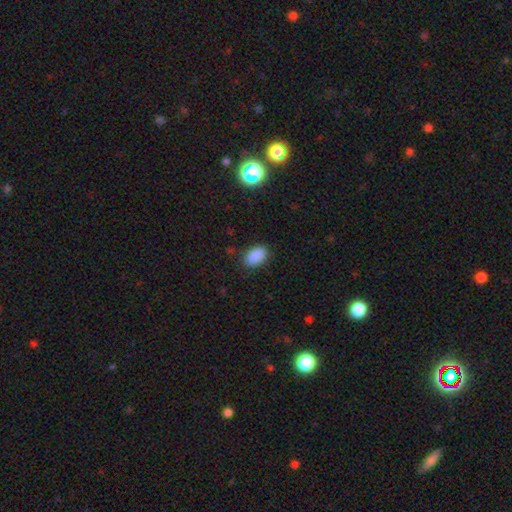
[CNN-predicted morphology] A smooth galaxy with no disk features (88%) that is in between round and cigar-shaped (88%). Merging: none (84%).